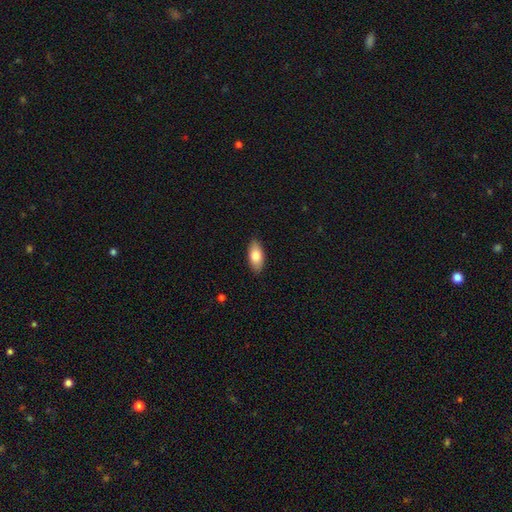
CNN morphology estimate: A smooth galaxy with no disk features (80%) that is in between round and cigar-shaped (89%).

Vote fractions:
- Smooth or featured? smooth: 80% / featured or disk: 14% / star or artifact: 6%
- How rounded? in between: 89% / cigar-shaped: 8% / round: 2%
- Merging? none: 88% / minor disturbance: 9% / major disturbance: 2% / merger: 1%